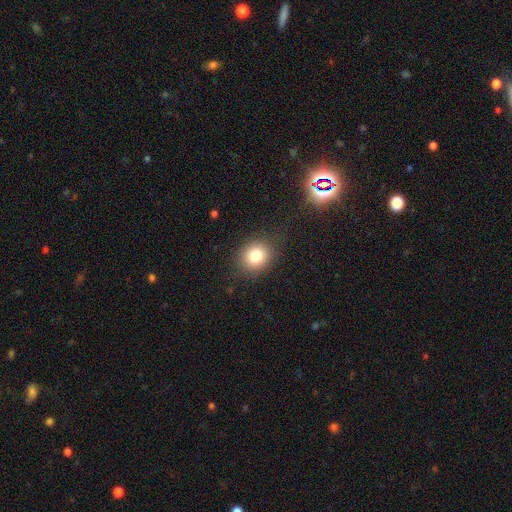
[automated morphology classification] This appears to be a smooth galaxy with no disk features (79%) that is round (76%). Merging: none (85%).